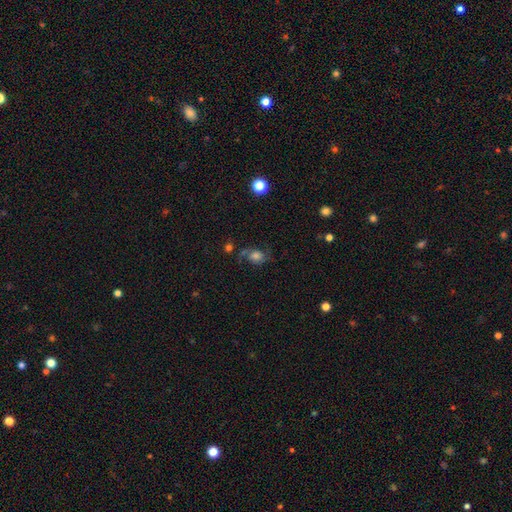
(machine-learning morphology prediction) A featured or disk galaxy (47%). Merging: none (58%).